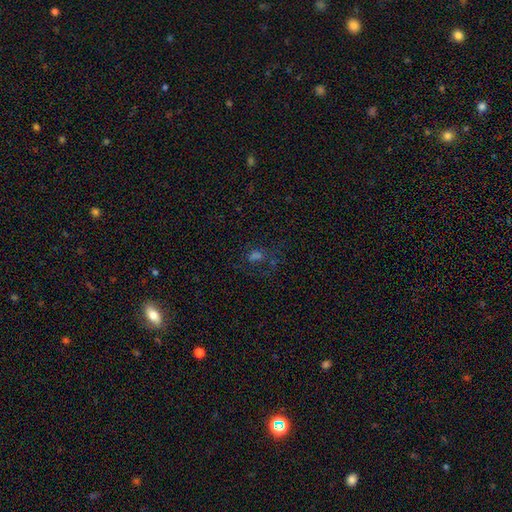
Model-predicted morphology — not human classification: Q: Smooth or featured?
A: star or artifact (44%); runner-up: smooth (39%)